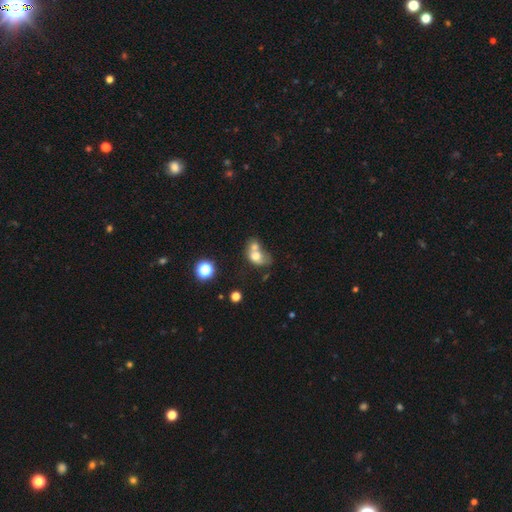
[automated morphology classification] Smooth or featured: smooth — 65% (featured or disk — 24%)
How rounded: in between — 58% (round — 40%)
Merging: merger — 67% (none — 17%)